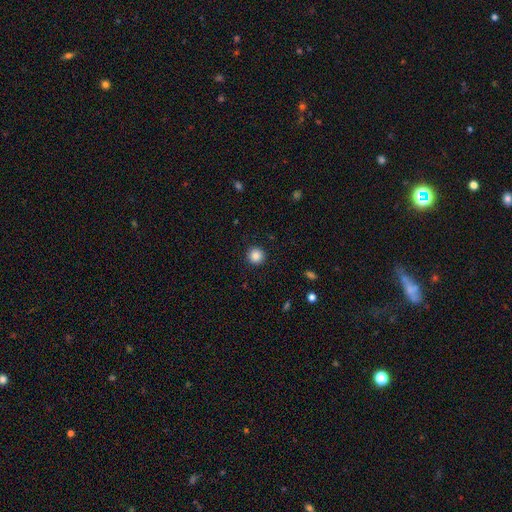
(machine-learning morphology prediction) Smooth or featured? smooth (87%)
How rounded? round (95%)
Merging? none (92%)